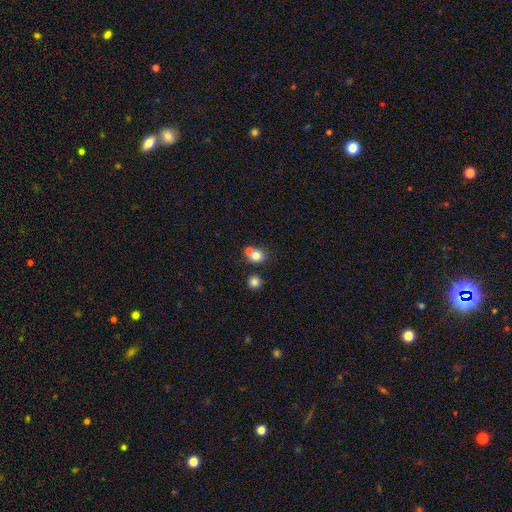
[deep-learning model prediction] Smooth or featured: smooth — 78% (star or artifact — 12%)
How rounded: round — 80% (in between — 19%)
Merging: none — 46% (merger — 45%)